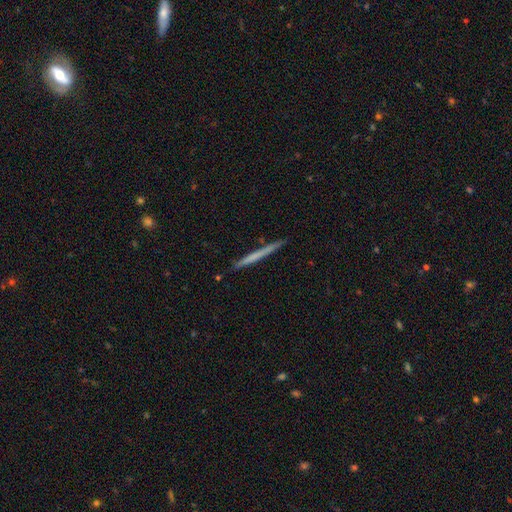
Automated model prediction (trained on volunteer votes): Q: Smooth or featured?
A: smooth (53%); runner-up: featured or disk (42%)
Q: How rounded?
A: cigar-shaped (97%); runner-up: in between (1%)
Q: Merging?
A: none (90%); runner-up: minor disturbance (7%)